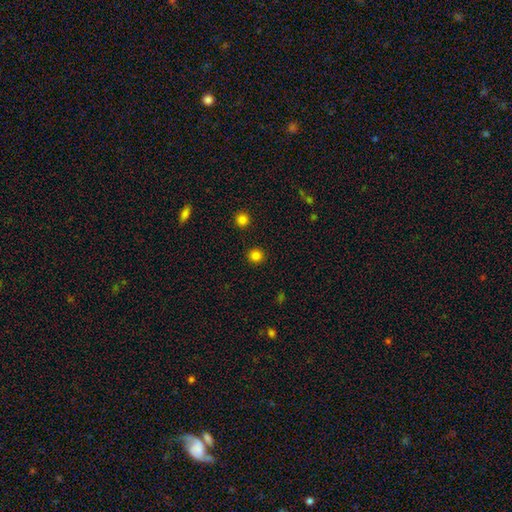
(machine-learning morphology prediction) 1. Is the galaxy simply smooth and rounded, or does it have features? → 83% smooth, 14% star or artifact, 4% featured or disk.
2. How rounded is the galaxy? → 94% round, 5% in between, 1% cigar-shaped.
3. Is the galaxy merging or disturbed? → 92% none, 5% minor disturbance, 2% major disturbance, 2% merger.